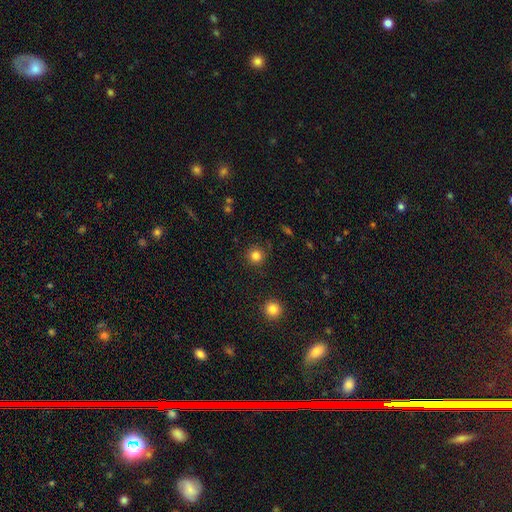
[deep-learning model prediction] A smooth galaxy with no disk features (83%) that is round (94%). Merging: none (89%).